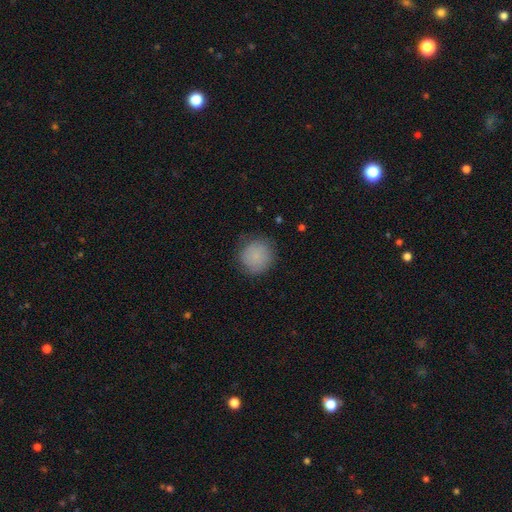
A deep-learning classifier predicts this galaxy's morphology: Smooth or featured: smooth — 83% (featured or disk — 9%)
How rounded: round — 91% (in between — 8%)
Merging: none — 77% (minor disturbance — 17%)